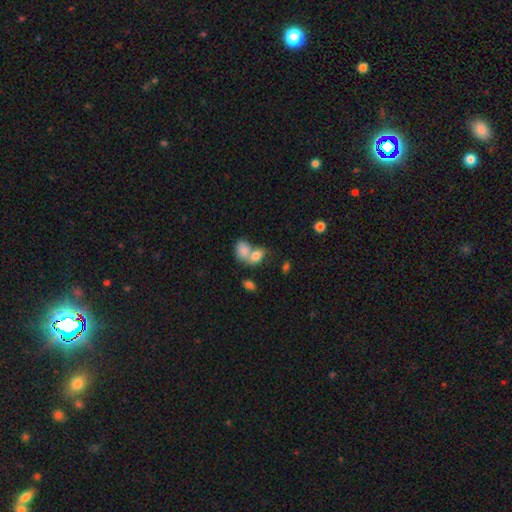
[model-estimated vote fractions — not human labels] smooth-or-featured: smooth: 81% | featured or disk: 11% | star or artifact: 8%
  how-rounded: in between: 78% | round: 20% | cigar-shaped: 2%
  merging: merger: 60% | none: 27% | minor disturbance: 9% | major disturbance: 5%